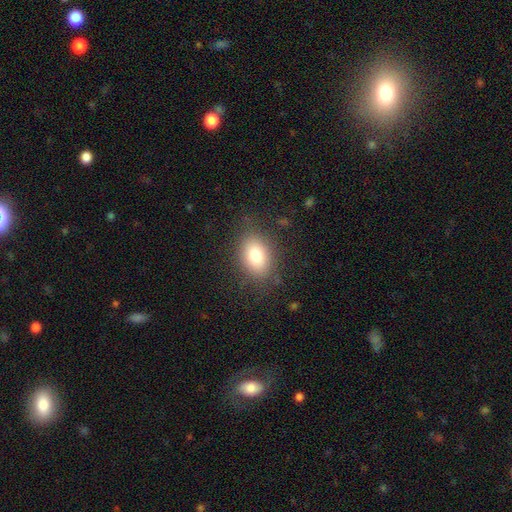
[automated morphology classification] type=smooth (78%); roundness=in between (77%); merging=none (80%).